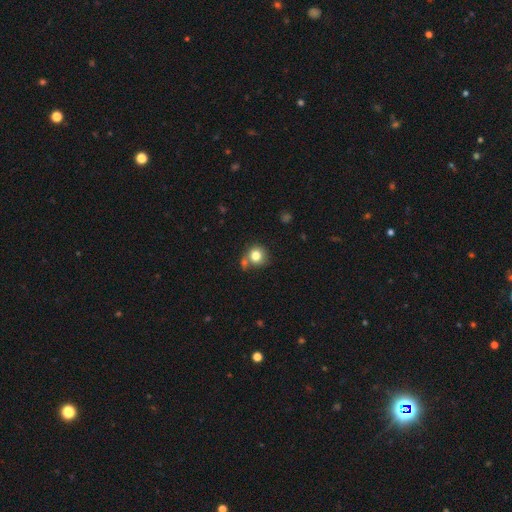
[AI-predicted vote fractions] Q: Smooth or featured?
A: smooth (80%); runner-up: star or artifact (11%)
Q: How rounded?
A: round (86%); runner-up: in between (13%)
Q: Merging?
A: none (61%); runner-up: merger (19%)